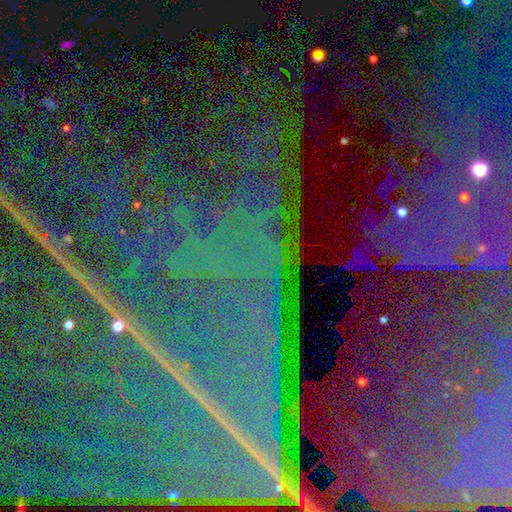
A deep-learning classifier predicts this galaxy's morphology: This is clearly a star or artifact rather than a galaxy (89%).